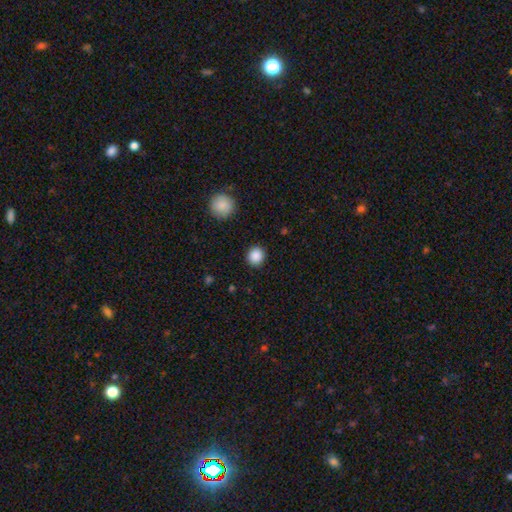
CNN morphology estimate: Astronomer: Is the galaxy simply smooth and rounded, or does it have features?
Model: smooth — 88%.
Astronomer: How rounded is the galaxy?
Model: round — 90%.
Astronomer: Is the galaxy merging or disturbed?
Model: none — 90%.